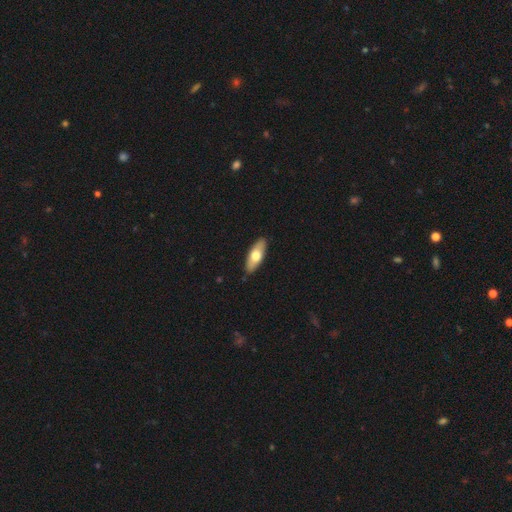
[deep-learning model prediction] This appears to be a smooth galaxy with no disk features (64%) that is in between round and cigar-shaped (72%). Merging: none (89%).